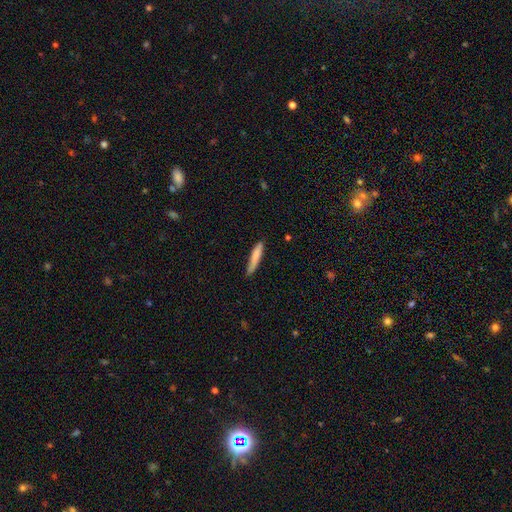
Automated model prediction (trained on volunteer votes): Q: Smooth or featured?
A: smooth (79%); runner-up: featured or disk (16%)
Q: How rounded?
A: cigar-shaped (91%); runner-up: in between (8%)
Q: Merging?
A: none (73%); runner-up: minor disturbance (21%)